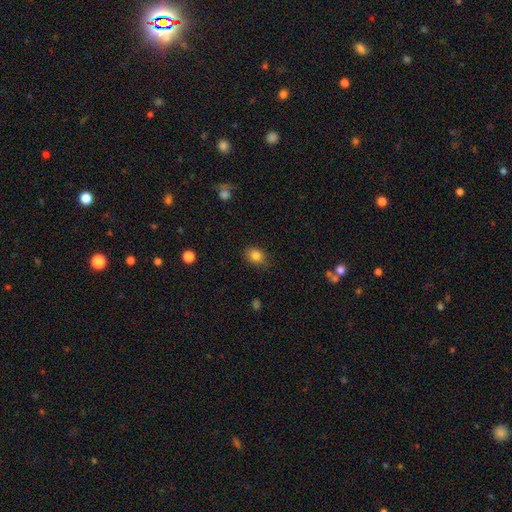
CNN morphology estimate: type=smooth (83%); roundness=round (50%); merging=none (80%).